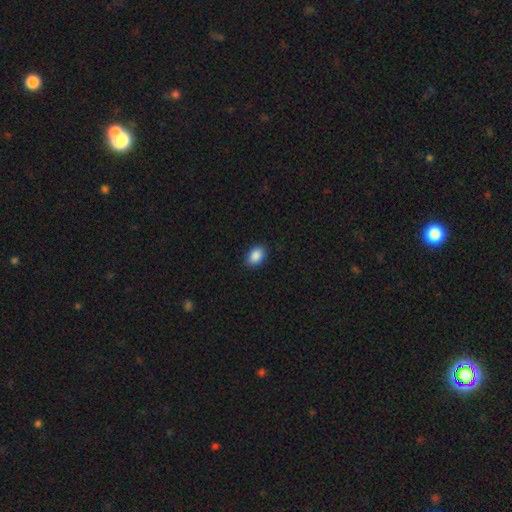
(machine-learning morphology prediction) The model was most divided on "how rounded": in between: 85%, round: 13%, cigar-shaped: 1%. More confident: smooth or featured — smooth (89%); merging — none (89%).